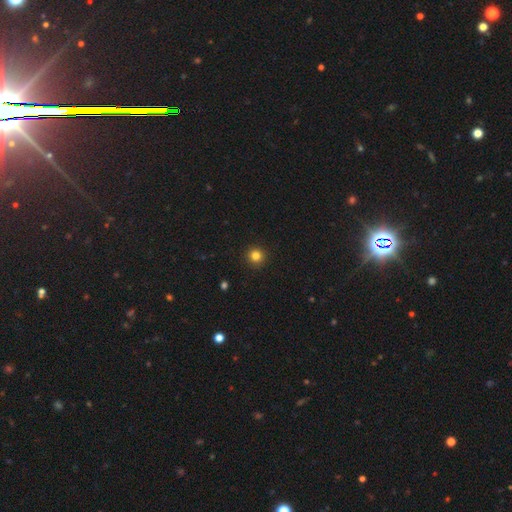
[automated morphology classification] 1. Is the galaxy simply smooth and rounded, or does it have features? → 83% smooth, 12% star or artifact, 4% featured or disk.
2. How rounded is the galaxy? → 95% round, 4% in between, 1% cigar-shaped.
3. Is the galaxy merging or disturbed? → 93% none, 5% minor disturbance, 2% major disturbance, 1% merger.